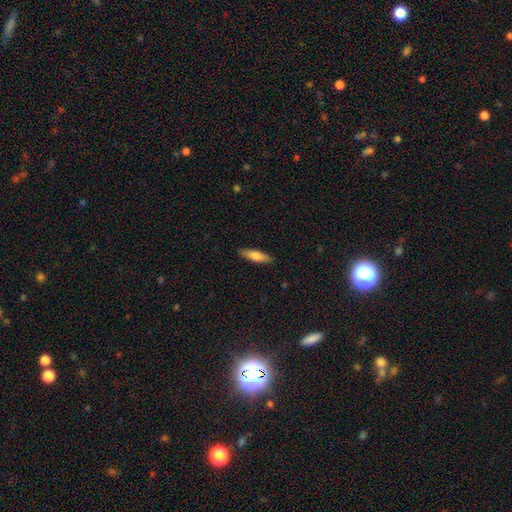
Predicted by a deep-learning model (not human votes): Smooth or featured? smooth (69%)
How rounded? cigar-shaped (70%)
Merging? none (89%)